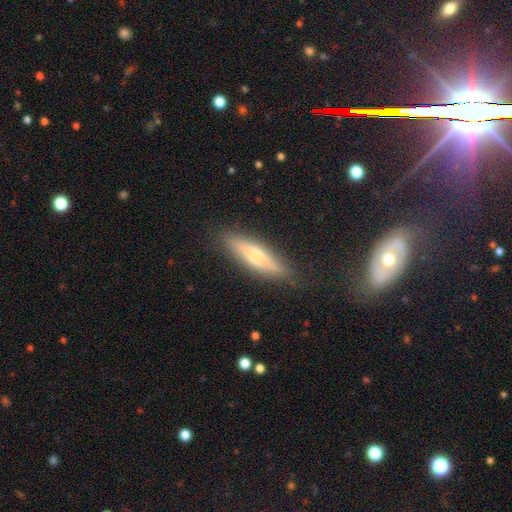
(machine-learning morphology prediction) Smooth or featured?
  - smooth: 52% *
  - featured or disk: 40%
  - star or artifact: 7%
How rounded?
  - cigar-shaped: 71% *
  - in between: 27%
  - round: 2%
Merging?
  - none: 83% *
  - minor disturbance: 13%
  - major disturbance: 3%
  - merger: 1%